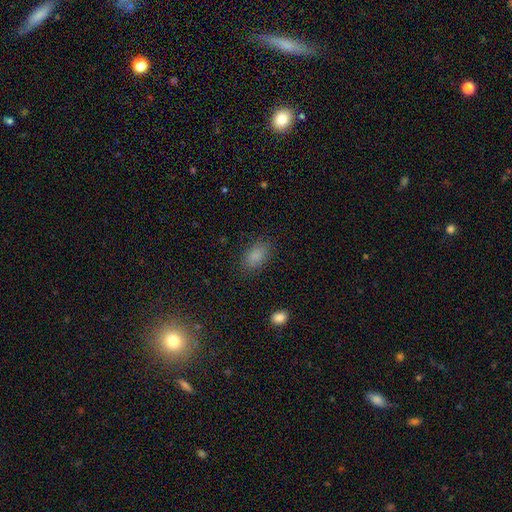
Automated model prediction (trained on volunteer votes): Overall: smooth (85%). How rounded: in between (88%). Merging: none (84%).